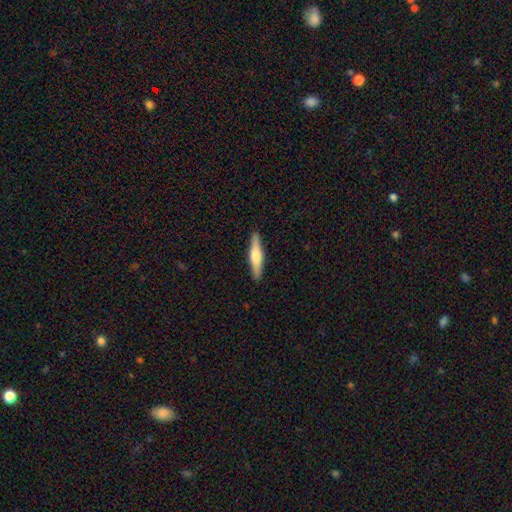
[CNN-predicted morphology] The model was most divided on "smooth or featured": featured or disk: 48%, smooth: 47%, star or artifact: 5%. More confident: merging — none (91%).